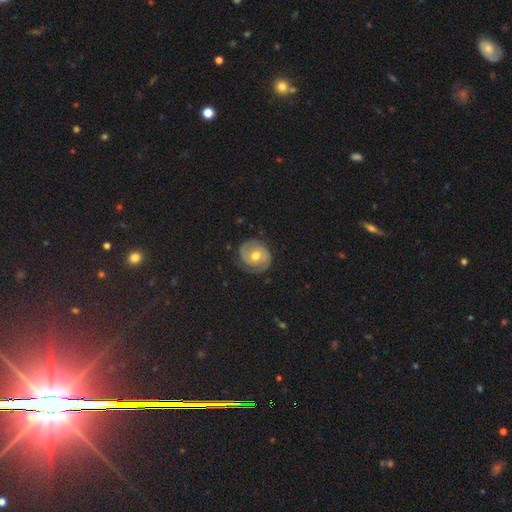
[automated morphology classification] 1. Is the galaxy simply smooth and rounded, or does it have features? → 73% featured or disk, 21% smooth, 6% star or artifact.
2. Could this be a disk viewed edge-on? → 97% no, 3% yes.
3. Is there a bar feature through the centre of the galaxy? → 72% no, 22% weak, 5% strong.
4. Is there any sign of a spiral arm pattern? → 87% yes, 13% no.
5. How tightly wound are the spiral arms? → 62% tight, 28% medium, 9% loose.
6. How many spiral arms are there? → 77% 2, 10% can't tell, 7% 1, 3% 3, 1% 4, 1% more than 4.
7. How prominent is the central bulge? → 80% moderate, 13% small, 5% large, 1% none, 1% dominant.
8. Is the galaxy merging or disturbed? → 80% none, 14% minor disturbance, 5% major disturbance, 1% merger.